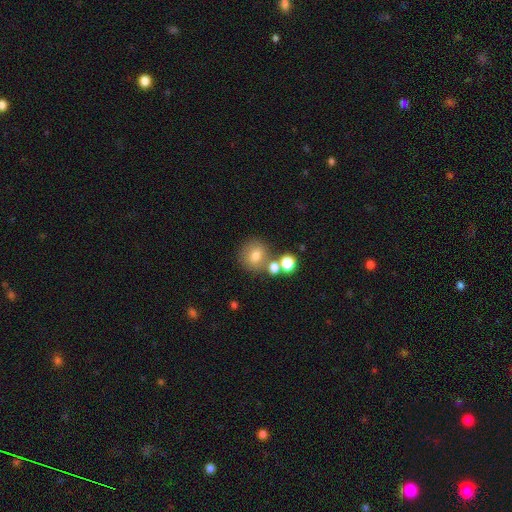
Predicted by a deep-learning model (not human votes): This appears to be a smooth galaxy with no disk features (74%) that is round (84%). Merging: none (64%).